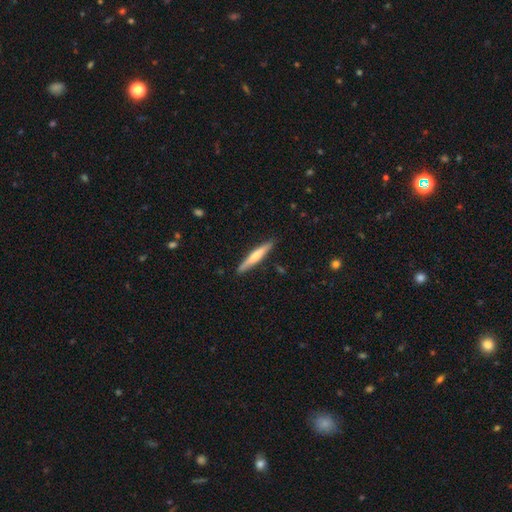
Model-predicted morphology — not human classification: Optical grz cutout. It shows a smooth galaxy with no disk features (54%) that is cigar-shaped (93%). Merging: none (89%).